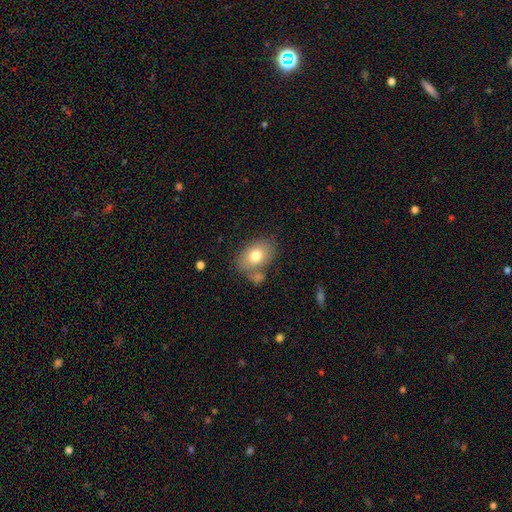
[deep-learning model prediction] Morphology: type=smooth (74%); roundness=in between (83%); merging=none (61%).